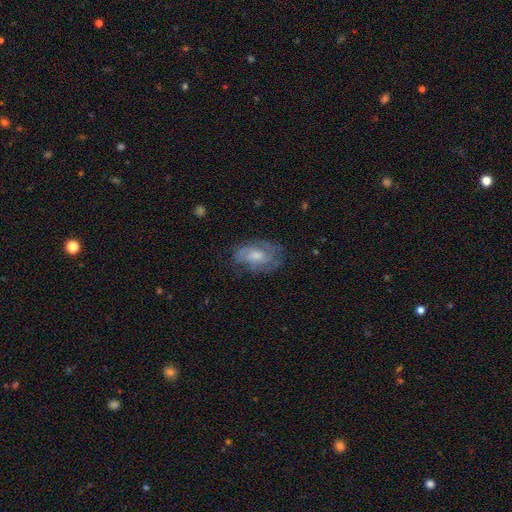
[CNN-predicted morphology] A featured or disk galaxy (73%) with no bar (55%), 2 (46%) tight (47%) spiral arms (89%) and a moderate central bulge (47%).

Vote fractions:
- Smooth or featured? featured or disk: 73% / smooth: 20% / star or artifact: 7%
- Edge-on disk? no: 96% / yes: 4%
- Bar? no: 55% / weak: 39% / strong: 6%
- Spiral arms? yes: 89% / no: 11%
- Spiral winding? tight: 47% / medium: 41% / loose: 12%
- Spiral arm count? 2: 46% / can't tell: 28% / 3: 14% / 1: 5% / 4: 4% / more than 4: 3%
- Bulge size? moderate: 47% / small: 30% / none: 11% / large: 10% / dominant: 1%
- Merging? none: 67% / minor disturbance: 21% / major disturbance: 10% / merger: 1%